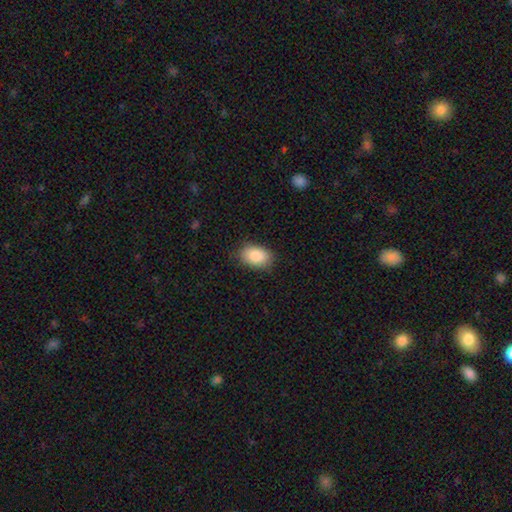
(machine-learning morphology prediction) Smooth or featured? Predicted: smooth (p=0.87). How rounded? Predicted: in between (p=0.89). Merging? Predicted: none (p=0.83).